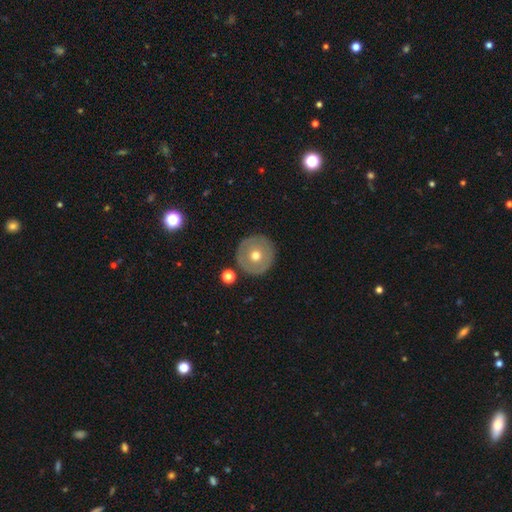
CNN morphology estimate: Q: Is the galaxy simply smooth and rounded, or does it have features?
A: smooth — 58%.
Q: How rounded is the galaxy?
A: round — 96%.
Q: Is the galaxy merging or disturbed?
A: none — 88%.